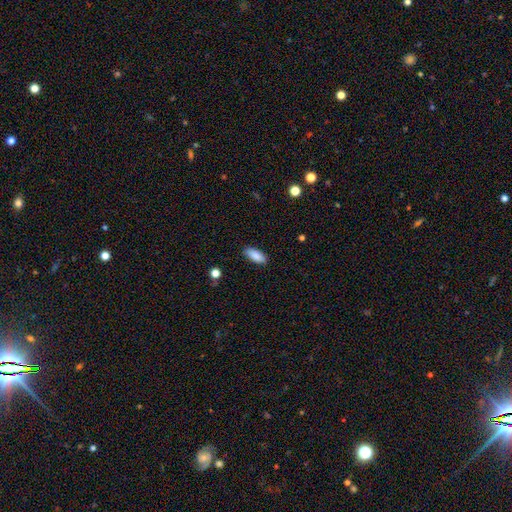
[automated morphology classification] A smooth galaxy with no disk features (89%) that is in between round and cigar-shaped (83%). Merging: none (87%).